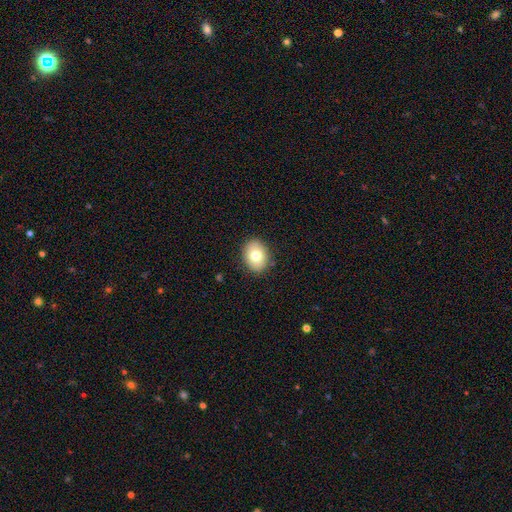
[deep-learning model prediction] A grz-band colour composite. It shows a smooth galaxy with no disk features (77%) that is in between round and cigar-shaped (62%). Merging: none (87%).